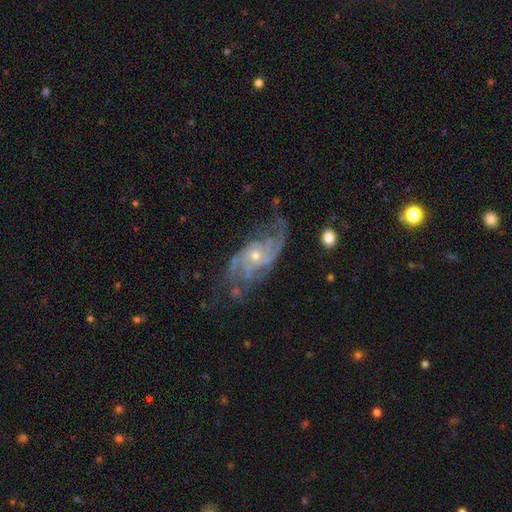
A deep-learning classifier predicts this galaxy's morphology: Overall: featured or disk (89%). Edge-on disk: no (96%). Bar: no (71%). Spiral arms: yes (97%). Spiral arm count: 2 (45%; can't tell 19%). Spiral winding: medium (44%; tight 37%). Bulge size: small (59%; moderate 38%). Merging: none (62%; minor disturbance 22%).